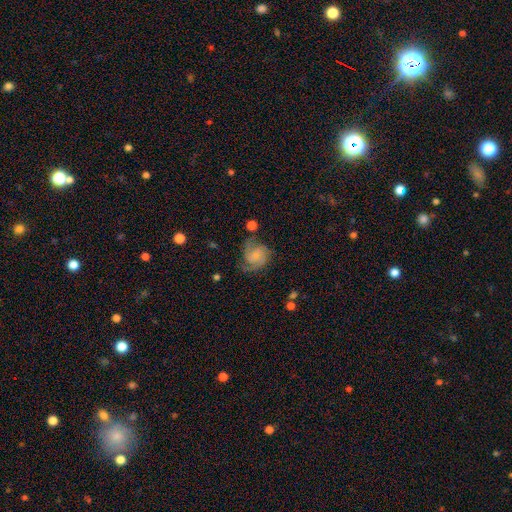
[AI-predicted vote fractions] Overall: featured or disk (72%). Edge-on disk: no (98%). Bar: no (69%). Spiral arms: yes (94%). Spiral arm count: 2 (42%; 3 29%). Spiral winding: medium (45%; tight 38%). Bulge size: small (54%; none 26%). Merging: none (60%; minor disturbance 22%).